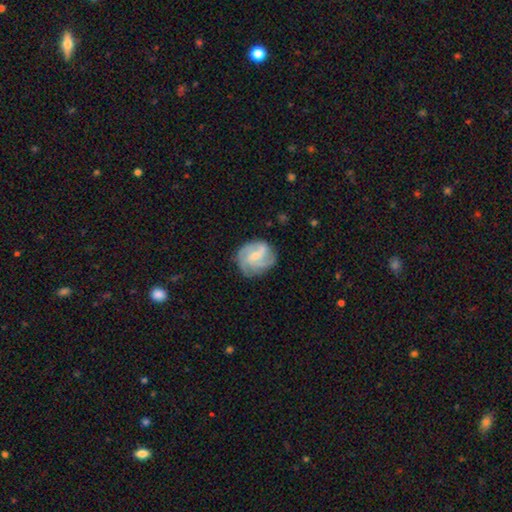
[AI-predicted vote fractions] A featured or disk galaxy (74%) with a weak bar (51%), 3 (42%) medium (44%) spiral arms (93%) and a small central bulge (54%). Merging: none (70%).